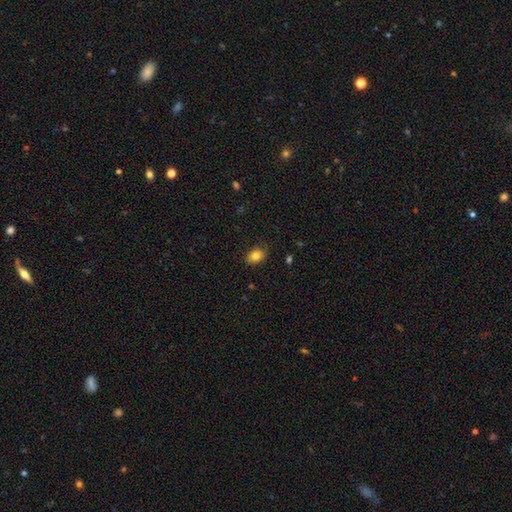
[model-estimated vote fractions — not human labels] Morphology: type=smooth (83%); roundness=in between (74%); merging=none (83%).